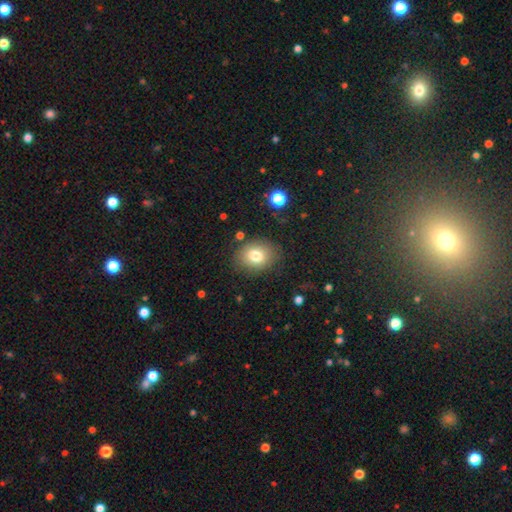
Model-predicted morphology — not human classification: smooth_or_featured: smooth (p=0.78) [alt: featured or disk p=0.12]
how_rounded: in between (p=0.50) [alt: round p=0.49]
merging: none (p=0.79) [alt: minor disturbance p=0.14]